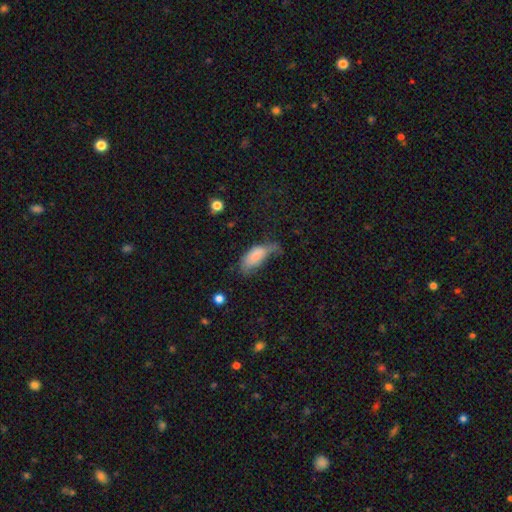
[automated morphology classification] The model was most divided on "merging": minor disturbance: 38%, major disturbance: 33%, none: 24%, merger: 5%. More confident: how rounded — in between (86%); smooth or featured — smooth (77%).